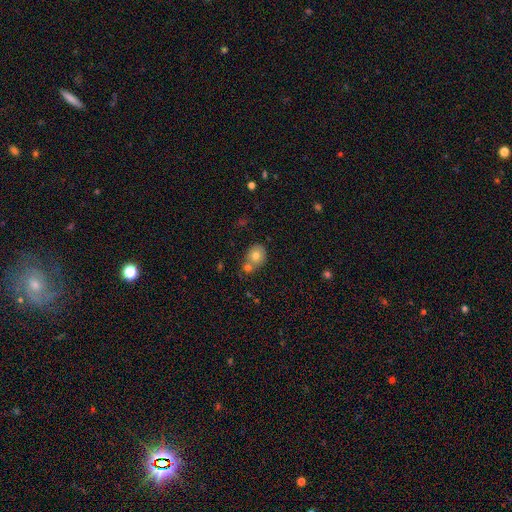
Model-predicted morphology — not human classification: Smooth or featured? smooth (76%)
How rounded? round (63%)
Merging? none (46%)